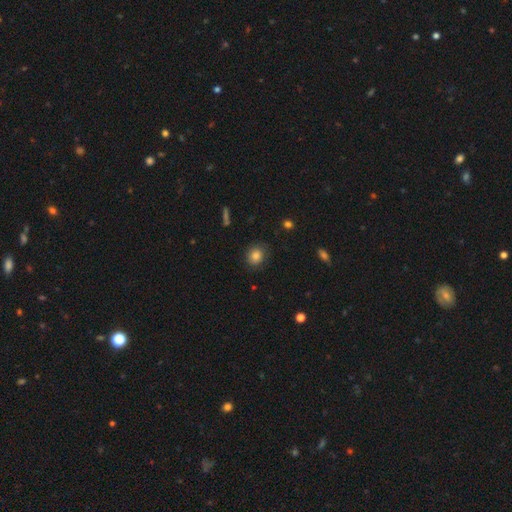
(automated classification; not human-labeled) smooth-or-featured: smooth: 84% | star or artifact: 10% | featured or disk: 7%
  how-rounded: round: 70% | in between: 29% | cigar-shaped: 1%
  merging: none: 82% | minor disturbance: 13% | major disturbance: 4% | merger: 1%